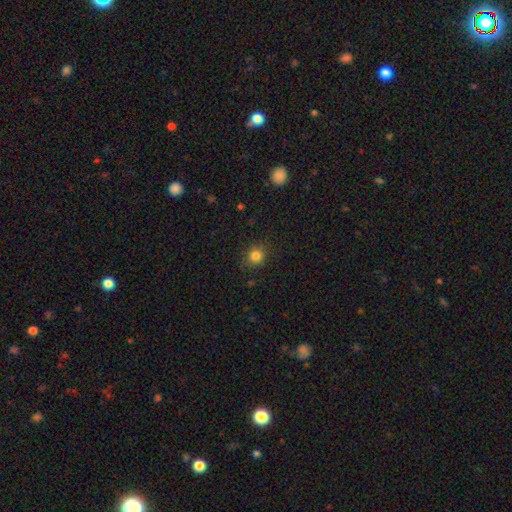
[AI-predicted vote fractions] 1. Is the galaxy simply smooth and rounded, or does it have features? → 83% smooth, 12% star or artifact, 5% featured or disk.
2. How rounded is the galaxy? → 87% round, 12% in between, 1% cigar-shaped.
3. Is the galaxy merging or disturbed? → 86% none, 10% minor disturbance, 3% major disturbance, 1% merger.